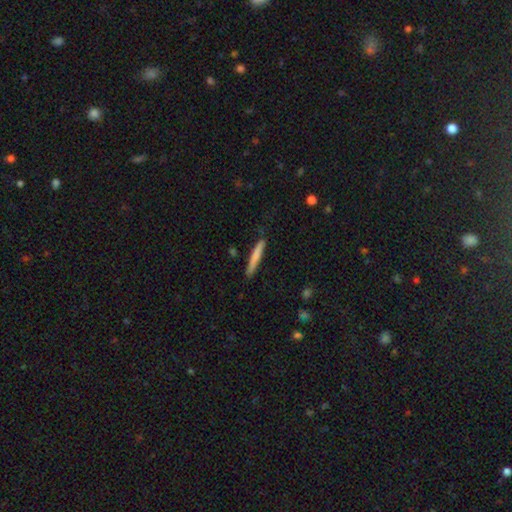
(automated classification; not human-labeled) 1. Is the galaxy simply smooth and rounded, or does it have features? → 73% smooth, 21% featured or disk, 6% star or artifact.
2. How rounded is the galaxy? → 95% cigar-shaped, 3% in between, 1% round.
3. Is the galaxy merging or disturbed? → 84% none, 12% minor disturbance, 2% major disturbance, 2% merger.